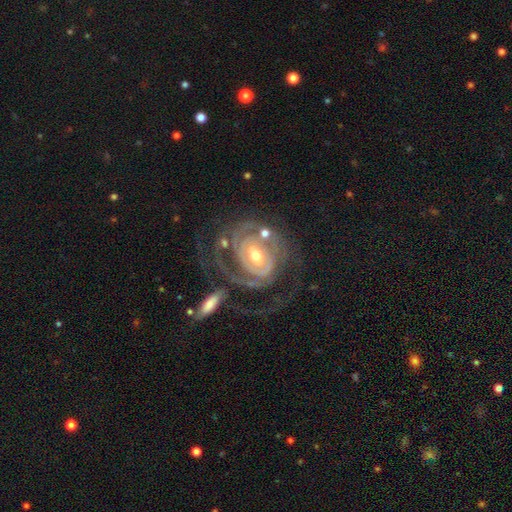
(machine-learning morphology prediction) This appears to be a featured or disk galaxy (89%) with no bar (50%), 2 (44%) tight (69%) spiral arms (94%) and a moderate central bulge (63%). Merging: none (46%).